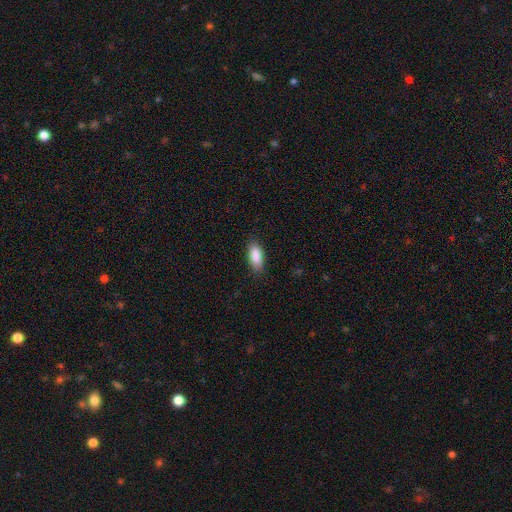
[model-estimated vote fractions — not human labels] Morphology: type=smooth (89%); roundness=in between (86%); merging=none (84%).